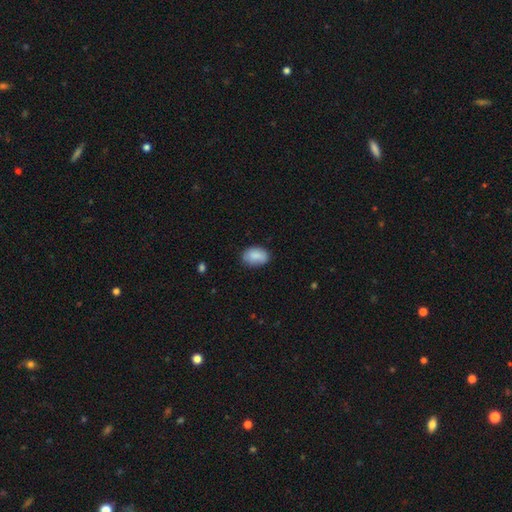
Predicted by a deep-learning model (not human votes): smooth_or_featured: smooth (p=0.87) [alt: star or artifact p=0.07]
how_rounded: in between (p=0.87) [alt: round p=0.12]
merging: none (p=0.77) [alt: minor disturbance p=0.19]